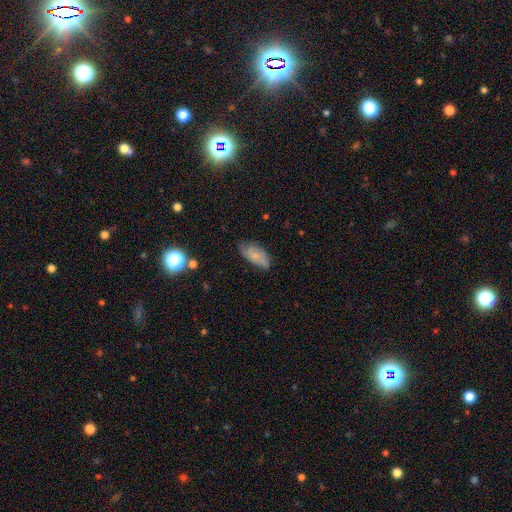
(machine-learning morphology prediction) The model was most divided on "smooth or featured": smooth: 59%, featured or disk: 33%, star or artifact: 8%. More confident: how rounded — in between (90%); merging — none (64%).